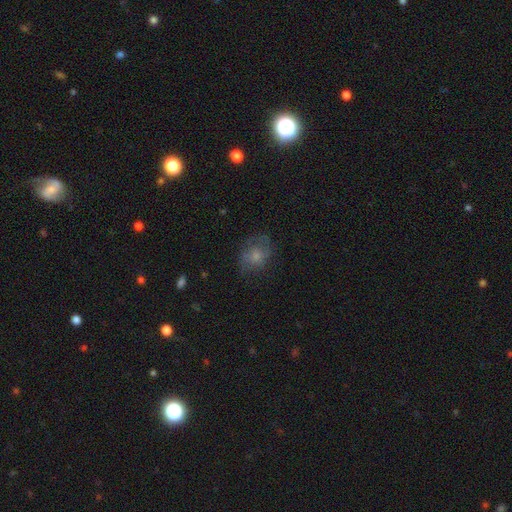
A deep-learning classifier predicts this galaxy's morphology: Smooth or featured: smooth — 65% (featured or disk — 25%)
How rounded: round — 50% (in between — 49%)
Merging: none — 60% (minor disturbance — 24%)